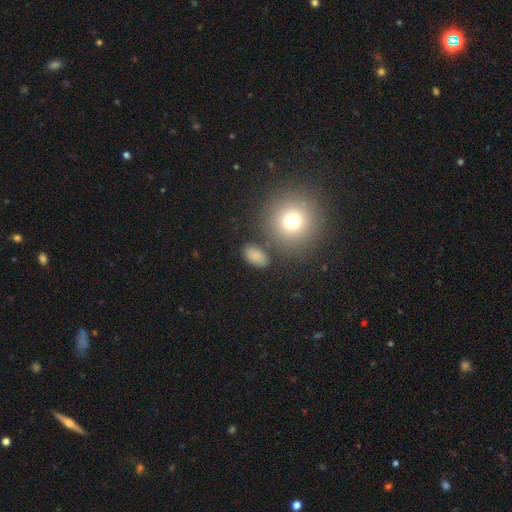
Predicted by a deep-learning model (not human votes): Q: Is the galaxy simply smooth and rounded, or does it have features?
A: smooth — 80%.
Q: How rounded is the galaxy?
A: in between — 86%.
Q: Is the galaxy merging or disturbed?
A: none — 77%.